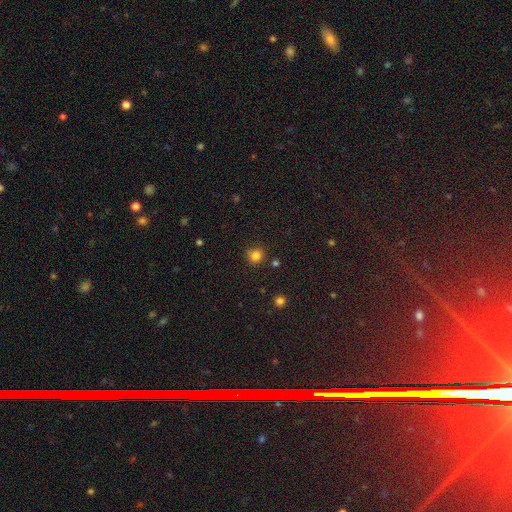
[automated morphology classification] Q: Smooth or featured?
A: smooth (82%); runner-up: star or artifact (14%)
Q: How rounded?
A: round (92%); runner-up: in between (7%)
Q: Merging?
A: none (85%); runner-up: minor disturbance (9%)